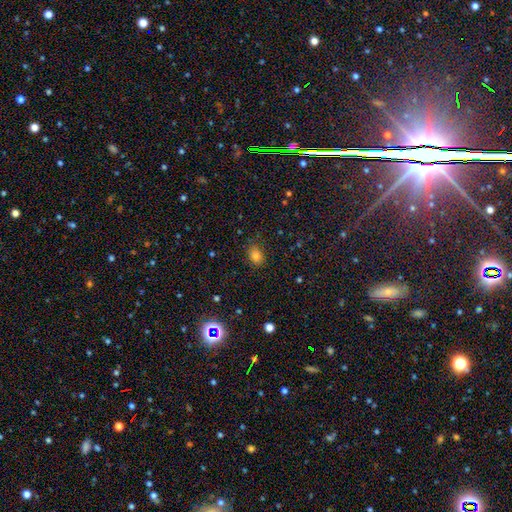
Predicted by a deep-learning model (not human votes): smooth_or_featured: smooth (p=0.79) [alt: star or artifact p=0.15]
how_rounded: in between (p=0.68) [alt: round p=0.31]
merging: none (p=0.82) [alt: minor disturbance p=0.13]